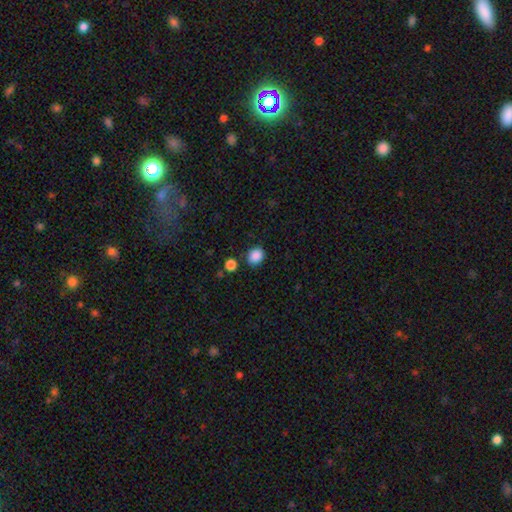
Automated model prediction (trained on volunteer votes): smooth_or_featured: smooth (p=0.87) [alt: star or artifact p=0.09]
how_rounded: round (p=0.60) [alt: in between p=0.39]
merging: none (p=0.82) [alt: minor disturbance p=0.11]